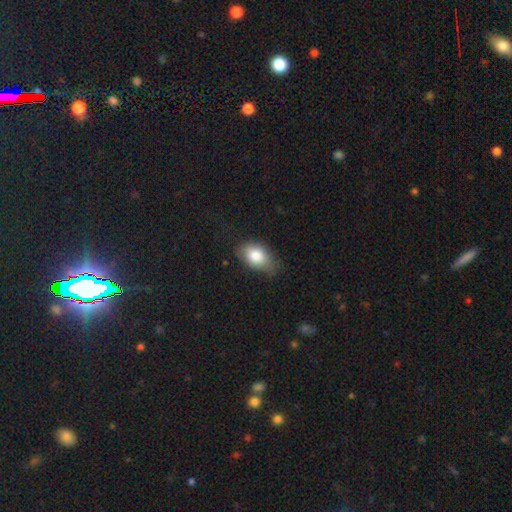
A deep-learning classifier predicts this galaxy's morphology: type=smooth (82%); roundness=in between (86%); merging=none (58%).